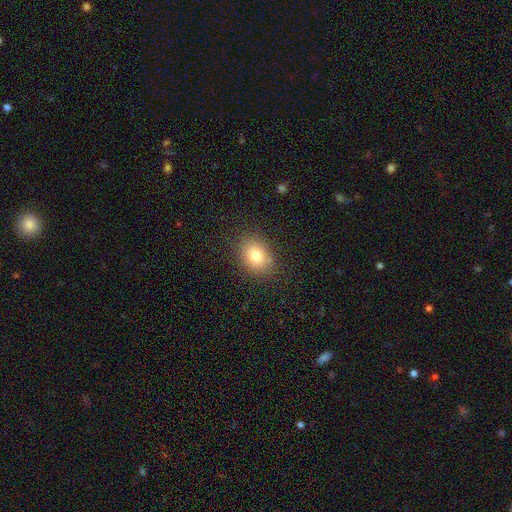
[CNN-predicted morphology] This appears to be a smooth galaxy with no disk features (78%) that is in between round and cigar-shaped (54%). Merging: none (84%).